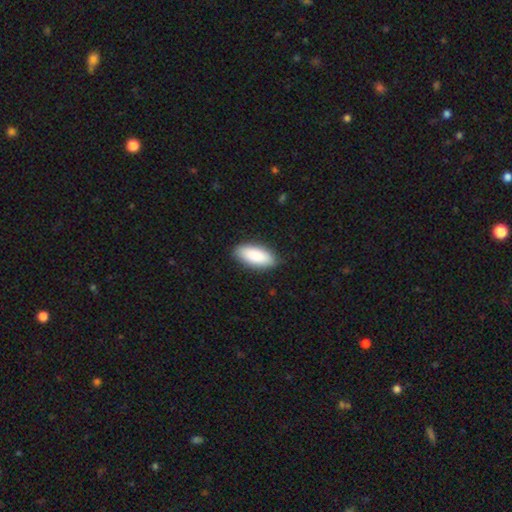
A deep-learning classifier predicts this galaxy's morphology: Overall: smooth (87%). How rounded: in between (85%). Merging: none (87%).